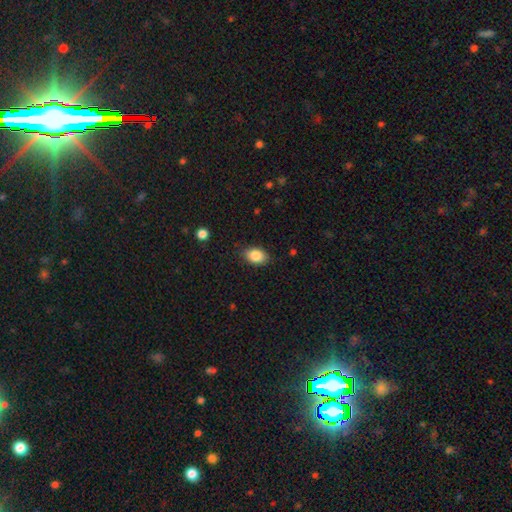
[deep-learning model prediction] Morphology: type=smooth (86%); roundness=in between (83%); merging=none (84%).